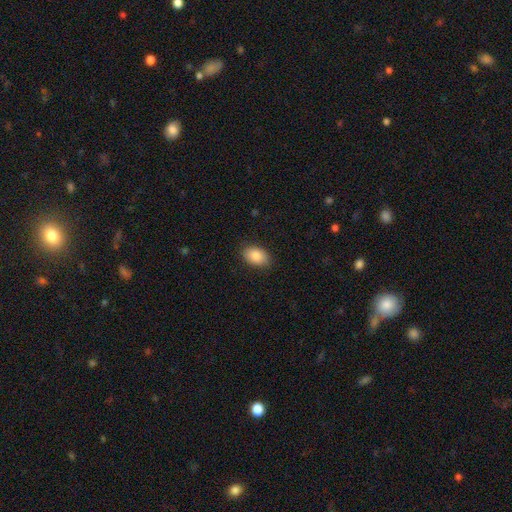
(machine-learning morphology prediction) Smooth or featured? smooth (86%)
How rounded? in between (89%)
Merging? none (87%)